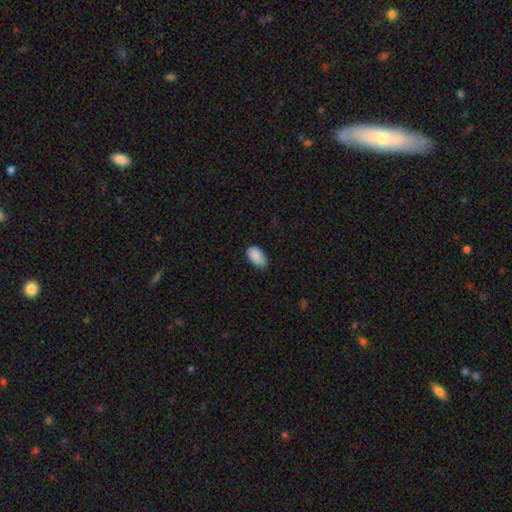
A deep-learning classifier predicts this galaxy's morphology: Q: Smooth or featured?
A: smooth (89%); runner-up: star or artifact (7%)
Q: How rounded?
A: in between (94%); runner-up: round (4%)
Q: Merging?
A: none (73%); runner-up: minor disturbance (23%)